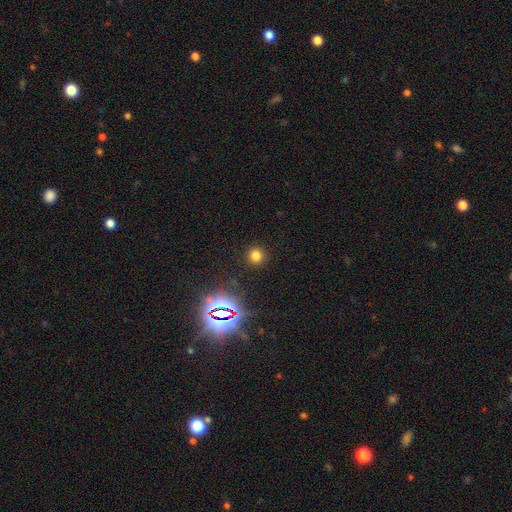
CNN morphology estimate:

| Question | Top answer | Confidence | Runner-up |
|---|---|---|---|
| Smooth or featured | smooth | 73% | star or artifact (22%) |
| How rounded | round | 90% | in between (9%) |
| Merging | none | 90% | minor disturbance (6%) |